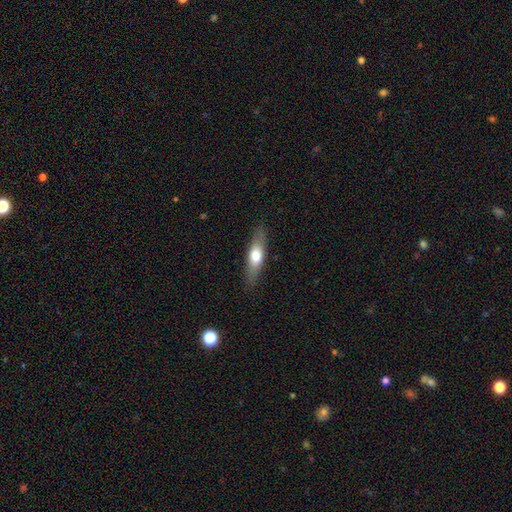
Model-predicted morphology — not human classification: Smooth or featured? Predicted: smooth (p=0.59). How rounded? Predicted: cigar-shaped (p=0.56). Merging? Predicted: none (p=0.86).